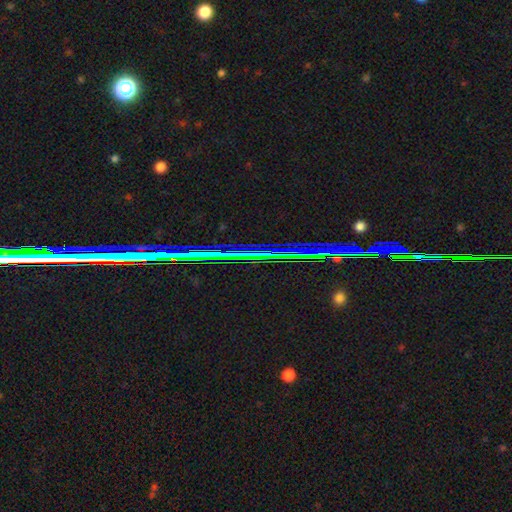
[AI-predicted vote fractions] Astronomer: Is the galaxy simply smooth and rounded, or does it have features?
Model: star or artifact — 82%.